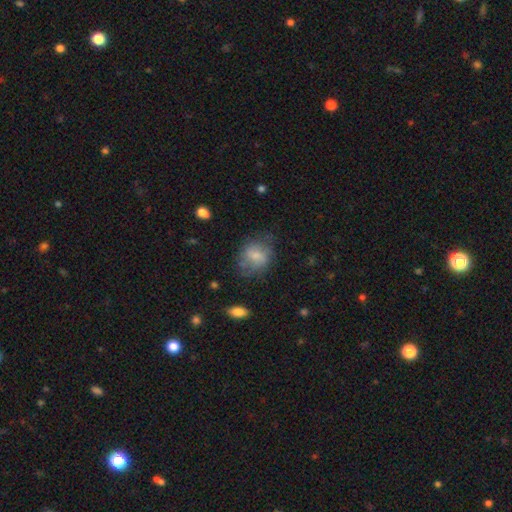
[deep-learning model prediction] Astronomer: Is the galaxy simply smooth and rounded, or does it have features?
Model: smooth — 55% (runner-up: featured or disk, 36%).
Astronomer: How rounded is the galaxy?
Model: round — 58% (runner-up: in between, 40%).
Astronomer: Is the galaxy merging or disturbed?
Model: none — 56%.